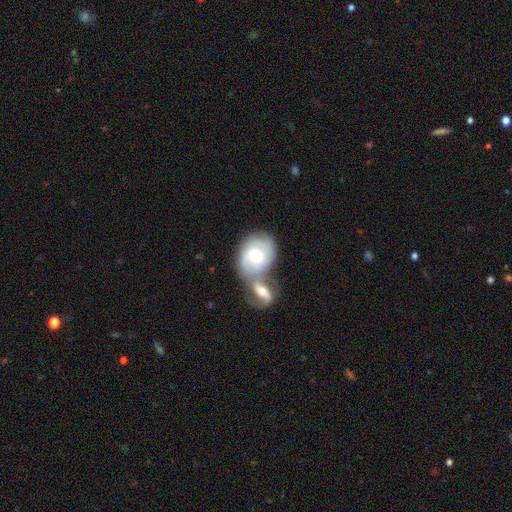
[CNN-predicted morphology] Smooth or featured? featured or disk (57%)
Edge-on disk? no (95%)
Bar? no (52%)
Spiral arms? yes (79%)
Bulge size? moderate (72%)
Merging? merger (63%)